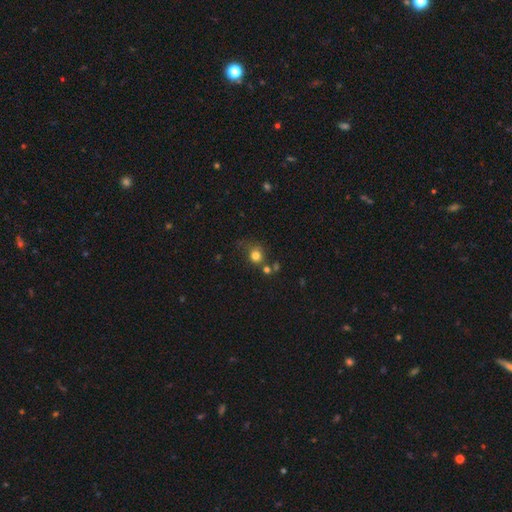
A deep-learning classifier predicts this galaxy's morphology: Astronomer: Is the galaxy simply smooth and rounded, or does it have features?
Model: smooth — 78%.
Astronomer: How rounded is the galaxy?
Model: round — 82%.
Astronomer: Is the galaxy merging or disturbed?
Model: none — 60%.